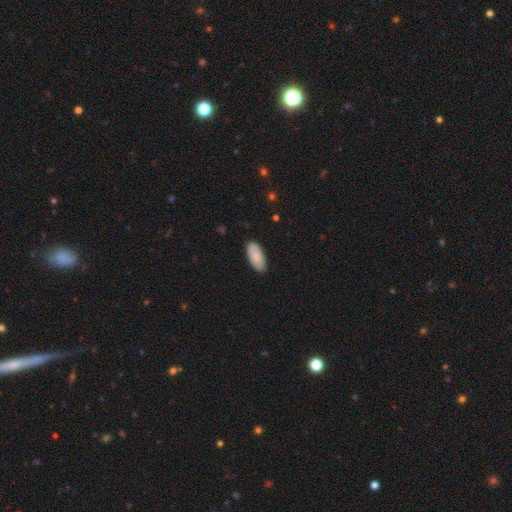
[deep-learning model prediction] Smooth or featured? smooth (85%)
How rounded? in between (92%)
Merging? none (85%)